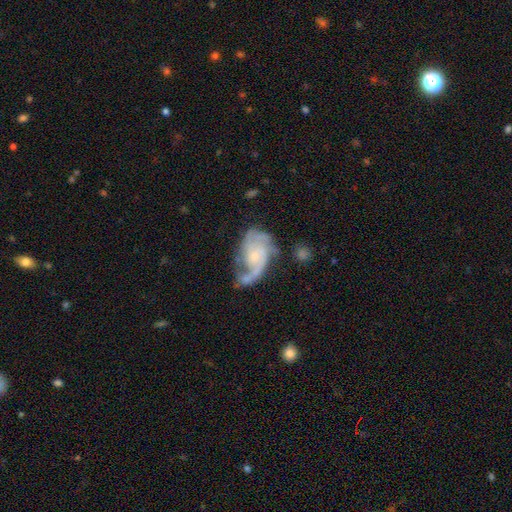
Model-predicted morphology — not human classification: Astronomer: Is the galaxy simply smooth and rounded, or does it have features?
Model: featured or disk — 86%.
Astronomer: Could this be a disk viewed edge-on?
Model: no — 98%.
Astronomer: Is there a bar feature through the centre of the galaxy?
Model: no — 65%.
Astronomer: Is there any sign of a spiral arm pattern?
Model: yes — 95%.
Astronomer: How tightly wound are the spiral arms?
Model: medium — 48% (runner-up: tight, 27%).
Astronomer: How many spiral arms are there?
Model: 2 — 56%.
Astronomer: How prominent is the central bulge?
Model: small — 62%.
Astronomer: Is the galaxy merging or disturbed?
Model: none — 45% (runner-up: minor disturbance, 25%).